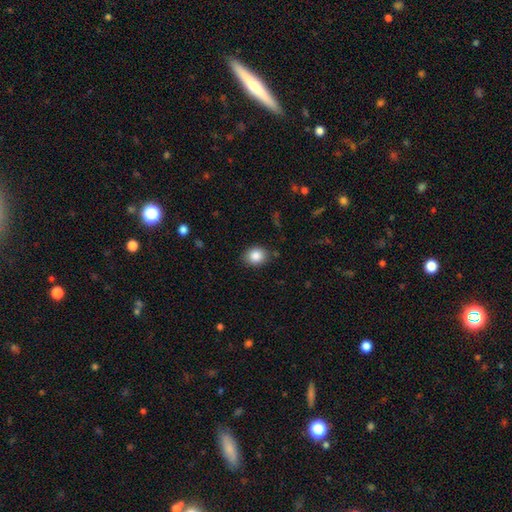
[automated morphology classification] Q: Smooth or featured?
A: smooth (86%); runner-up: star or artifact (9%)
Q: How rounded?
A: round (60%); runner-up: in between (39%)
Q: Merging?
A: none (85%); runner-up: minor disturbance (11%)